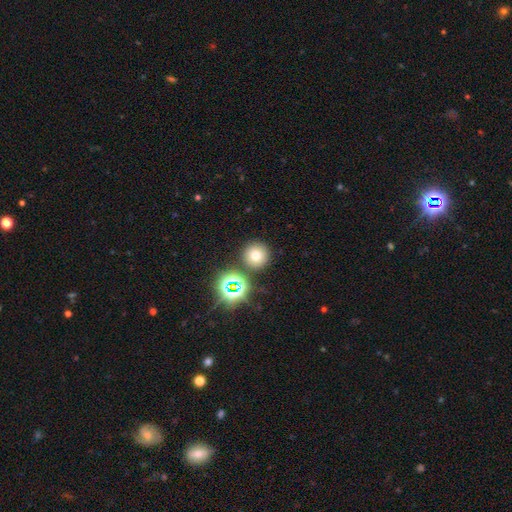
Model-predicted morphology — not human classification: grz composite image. It shows a smooth galaxy with no disk features (67%) that is round (95%). Merging: none (84%).